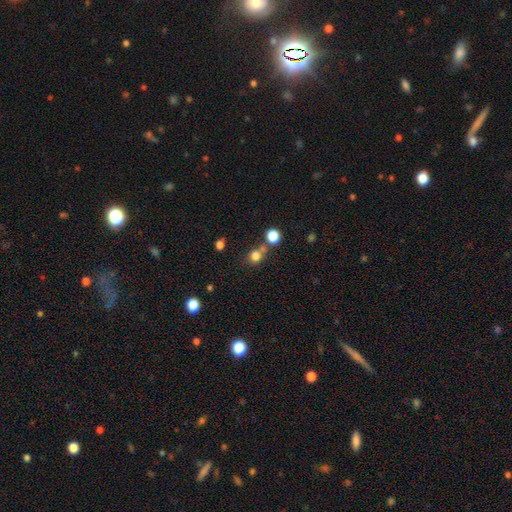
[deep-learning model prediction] This is likely a smooth galaxy (78%). How rounded: clearly round (83%). Merging: possibly none (56%).